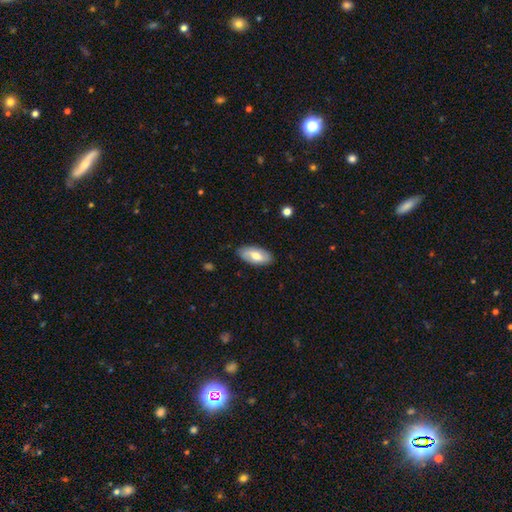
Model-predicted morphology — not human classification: A smooth galaxy with no disk features (59%) that is in between round and cigar-shaped (92%).

Vote fractions:
- Smooth or featured? smooth: 59% / featured or disk: 35% / star or artifact: 6%
- How rounded? in between: 92% / cigar-shaped: 5% / round: 3%
- Merging? none: 85% / minor disturbance: 12% / major disturbance: 2% / merger: 1%